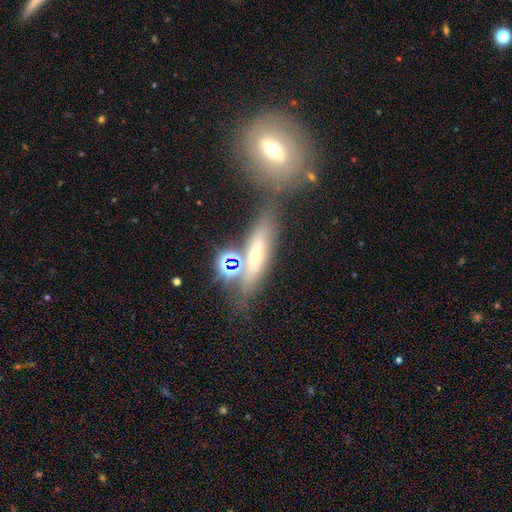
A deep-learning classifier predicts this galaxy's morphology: Q: Smooth or featured?
A: smooth (40%); runner-up: featured or disk (35%)
Q: Merging?
A: none (60%); runner-up: merger (16%)